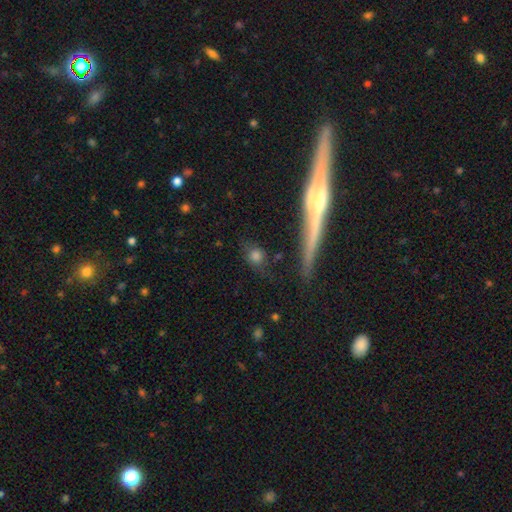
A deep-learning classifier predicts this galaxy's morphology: Smooth or featured? Predicted: smooth (p=0.67). How rounded? Predicted: round (p=0.65). Merging? Predicted: none (p=0.73).